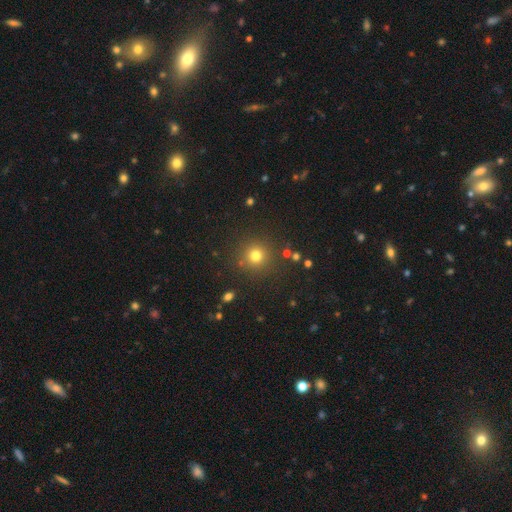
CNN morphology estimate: A smooth galaxy with no disk features (76%) that is round (94%). Merging: none (87%).